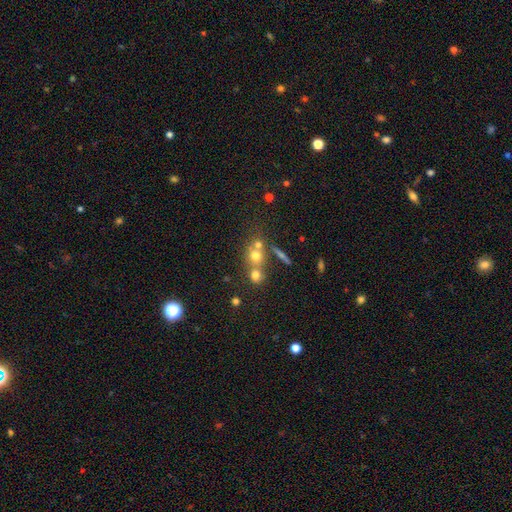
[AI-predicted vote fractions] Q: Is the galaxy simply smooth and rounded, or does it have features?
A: smooth — 64%.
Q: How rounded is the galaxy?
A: round — 79%.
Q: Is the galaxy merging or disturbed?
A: none — 44%.